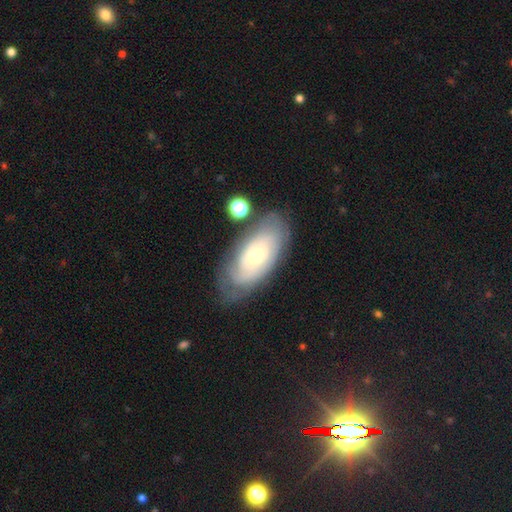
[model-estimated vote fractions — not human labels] This is likely a featured or disk galaxy (67%). It is clearly not viewed edge-on (91%). Bar: likely no (63%). Spiral arm pattern: likely yes (73%). Central bulge: possibly moderate (57%). Merging: likely none (69%).